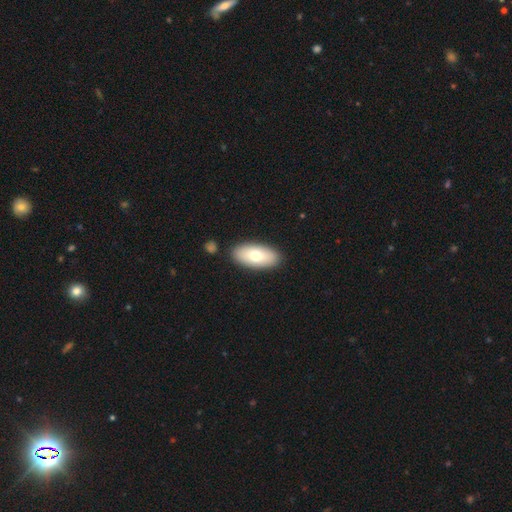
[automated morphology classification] This appears to be a smooth galaxy with no disk features (71%) that is in between round and cigar-shaped (91%). Merging: none (87%).